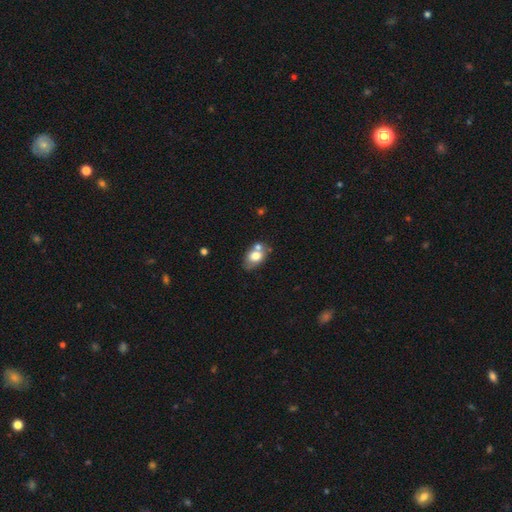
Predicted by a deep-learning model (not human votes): Q: Smooth or featured?
A: smooth (71%); runner-up: featured or disk (20%)
Q: How rounded?
A: in between (80%); runner-up: round (19%)
Q: Merging?
A: none (50%); runner-up: merger (29%)